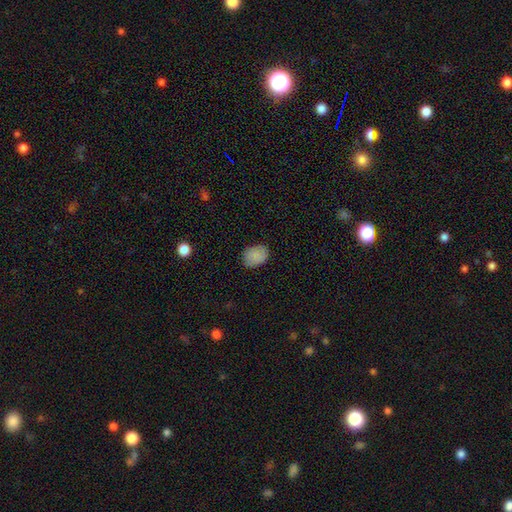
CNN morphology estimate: Overall: smooth (85%). How rounded: in between (62%; round 37%). Merging: none (81%).